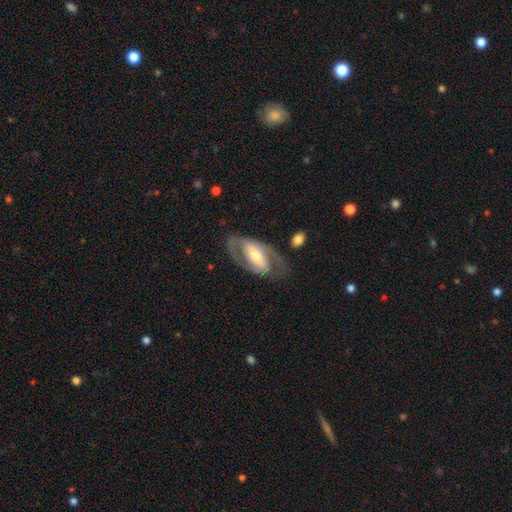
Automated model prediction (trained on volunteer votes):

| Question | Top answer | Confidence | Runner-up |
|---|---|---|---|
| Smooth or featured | featured or disk | 77% | smooth (18%) |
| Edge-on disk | no | 93% | yes (7%) |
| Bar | strong | 51% | weak (27%) |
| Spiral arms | yes | 75% | no (25%) |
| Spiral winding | medium | 48% | tight (33%) |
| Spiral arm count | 2 | 81% | can't tell (10%) |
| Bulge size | moderate | 53% | small (37%) |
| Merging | none | 70% | minor disturbance (16%) |